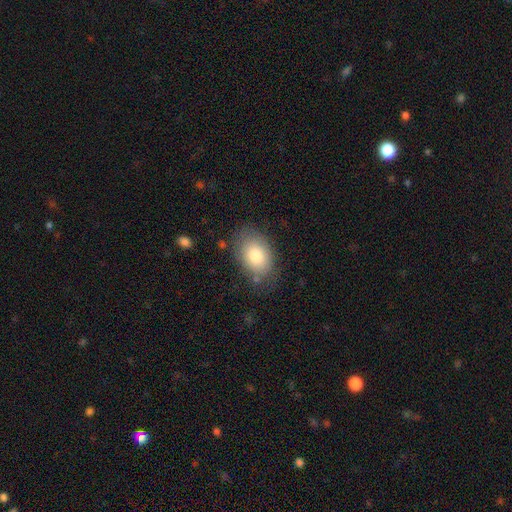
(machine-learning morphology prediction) This is clearly a smooth galaxy (81%). How rounded: clearly in between (82%). Merging: likely none (74%).